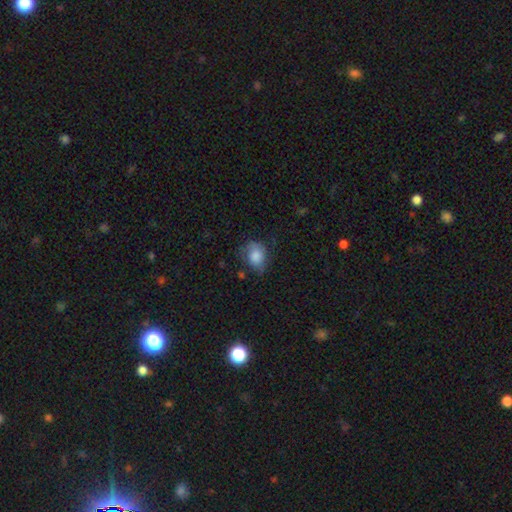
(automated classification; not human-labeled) This is likely a smooth galaxy (77%). How rounded: possibly in between (59%). Merging: possibly none (50%).